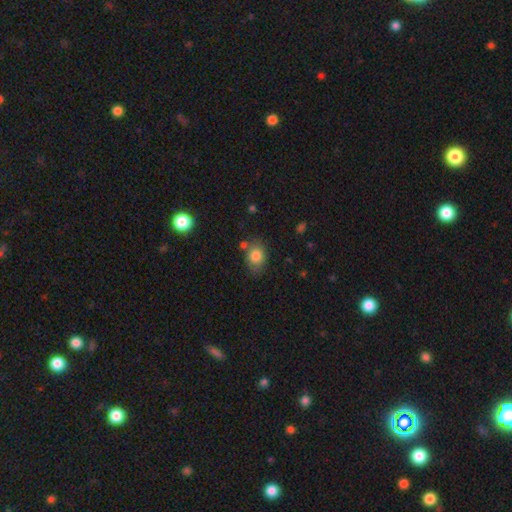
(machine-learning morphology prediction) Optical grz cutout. It shows a smooth galaxy with no disk features (82%) that is in between round and cigar-shaped (63%). Merging: none (70%).